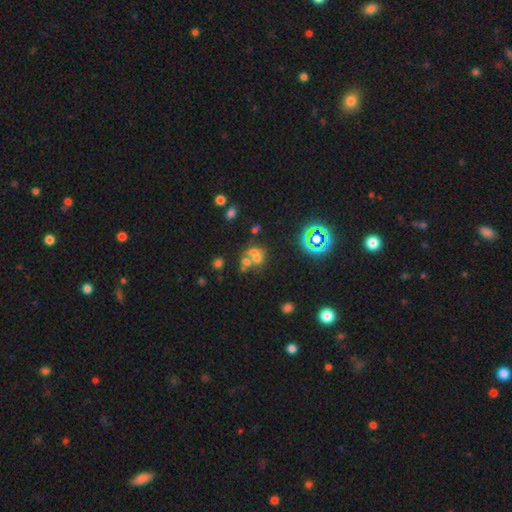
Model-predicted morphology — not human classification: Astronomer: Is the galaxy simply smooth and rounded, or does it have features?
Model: smooth — 46% (runner-up: star or artifact, 28%).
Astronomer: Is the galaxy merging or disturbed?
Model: merger — 54% (runner-up: none, 33%).